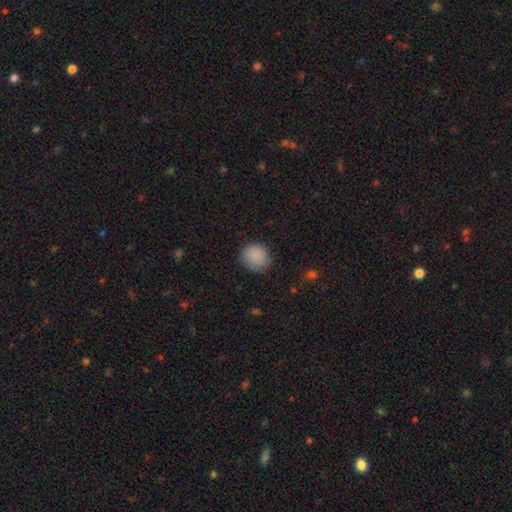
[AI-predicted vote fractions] Smooth or featured: smooth — 88% (star or artifact — 8%)
How rounded: round — 83% (in between — 16%)
Merging: none — 84% (minor disturbance — 12%)